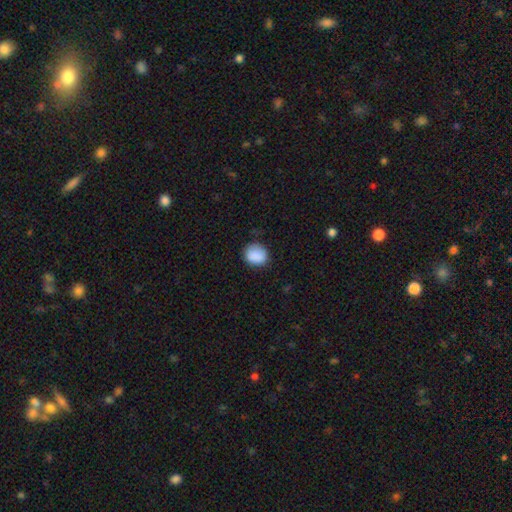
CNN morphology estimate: This appears to be a smooth galaxy with no disk features (87%) that is round (70%). Merging: none (78%).